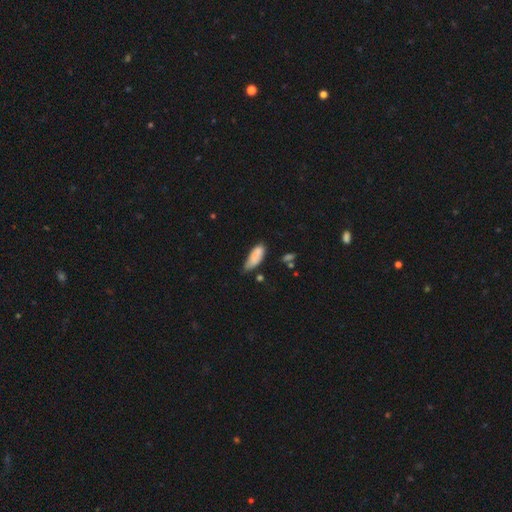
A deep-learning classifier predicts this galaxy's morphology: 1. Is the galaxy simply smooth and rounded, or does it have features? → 83% smooth, 9% featured or disk, 7% star or artifact.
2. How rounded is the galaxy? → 72% in between, 26% cigar-shaped, 2% round.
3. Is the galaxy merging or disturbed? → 46% none, 39% minor disturbance, 10% major disturbance, 5% merger.